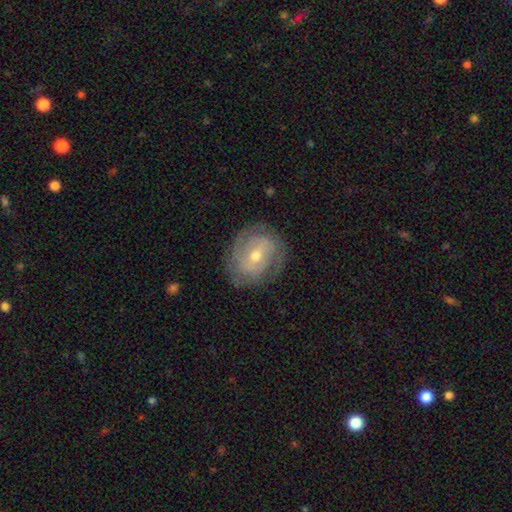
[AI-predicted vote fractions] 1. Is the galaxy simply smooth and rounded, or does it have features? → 69% featured or disk, 24% smooth, 7% star or artifact.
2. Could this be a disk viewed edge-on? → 96% no, 4% yes.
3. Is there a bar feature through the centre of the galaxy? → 45% weak, 38% no, 18% strong.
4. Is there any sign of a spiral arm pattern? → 82% yes, 18% no.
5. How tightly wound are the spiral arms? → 53% tight, 34% medium, 13% loose.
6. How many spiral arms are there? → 46% 2, 32% can't tell, 11% 3, 4% 1, 3% 4, 3% more than 4.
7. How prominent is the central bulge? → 57% moderate, 39% small, 2% large, 1% none, 1% dominant.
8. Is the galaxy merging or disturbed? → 77% none, 16% minor disturbance, 7% major disturbance, 1% merger.